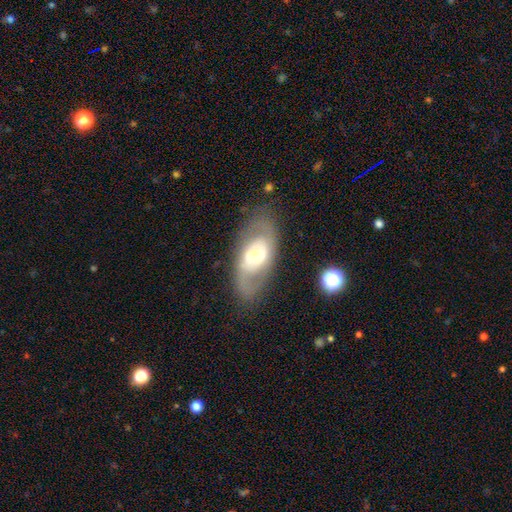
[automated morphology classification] This is likely a featured or disk galaxy (65%). It is clearly not viewed edge-on (91%). Bar: marginally no (45%). Spiral arm pattern: likely yes (62%). Central bulge: possibly moderate (57%). Merging: likely none (77%).